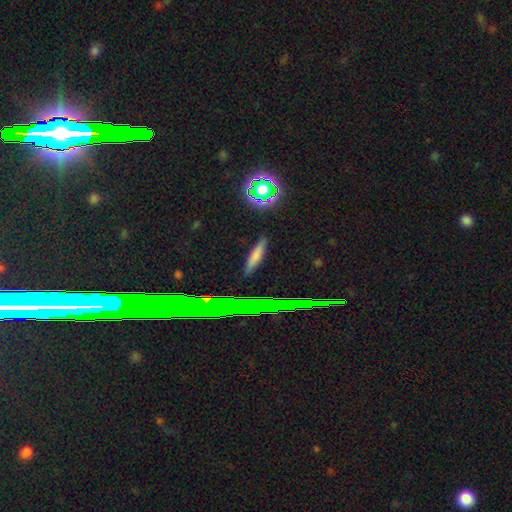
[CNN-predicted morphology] This appears to be a smooth galaxy with no disk features (66%) that is cigar-shaped (79%). Merging: none (87%).